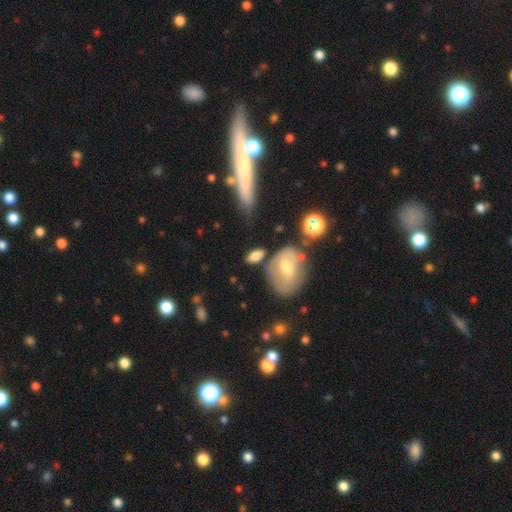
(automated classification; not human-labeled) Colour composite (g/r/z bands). It shows a smooth galaxy with no disk features (74%) that is in between round and cigar-shaped (83%). Merging: none (56%).